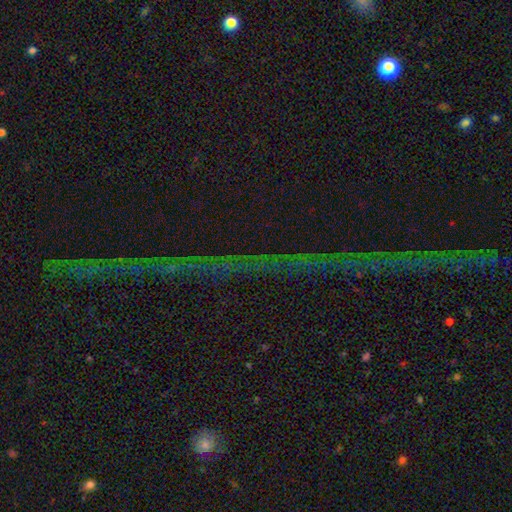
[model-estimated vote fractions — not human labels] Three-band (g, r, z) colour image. It shows a star or artifact, not a galaxy (78%).